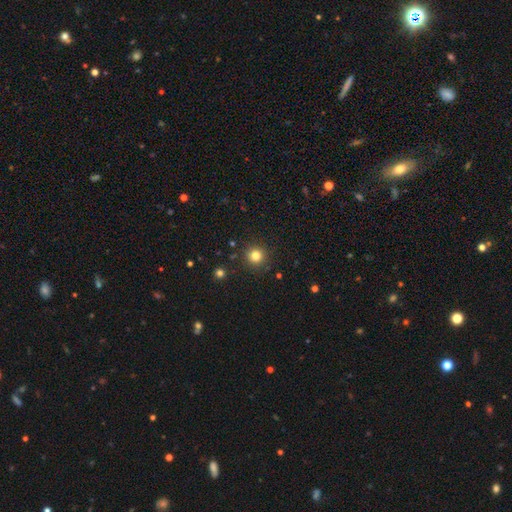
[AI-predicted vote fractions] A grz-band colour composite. It shows a smooth galaxy with no disk features (81%) that is round (94%). Merging: none (91%).